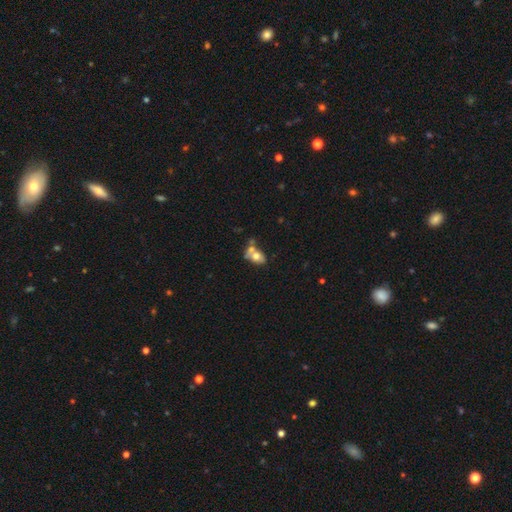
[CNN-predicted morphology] smooth 66%, featured or disk 25%, star or artifact 9%. Down the decision tree: how rounded — in between (78%); merging — merger (49%).